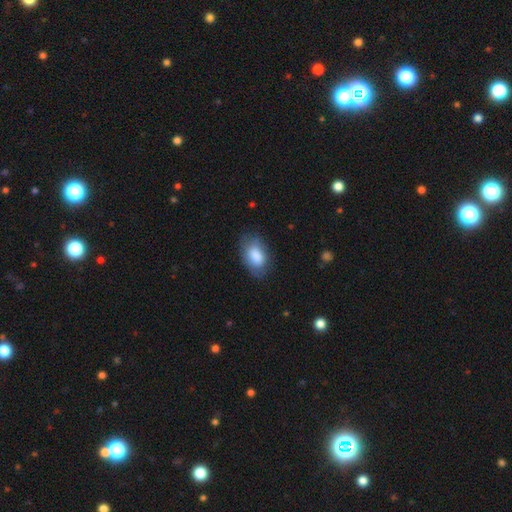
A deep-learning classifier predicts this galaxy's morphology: Smooth or featured? smooth (82%)
How rounded? in between (90%)
Merging? none (74%)